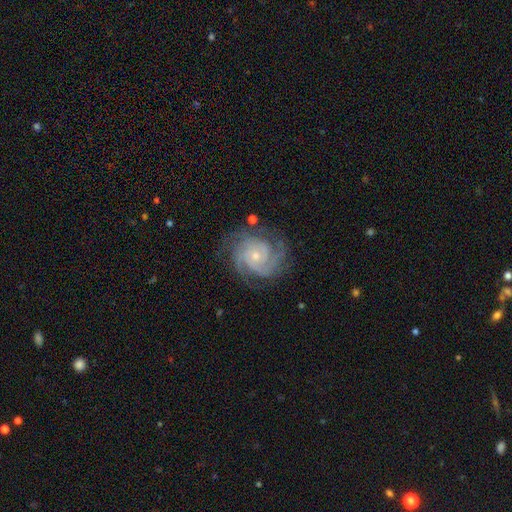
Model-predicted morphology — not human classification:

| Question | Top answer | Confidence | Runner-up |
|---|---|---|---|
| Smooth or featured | featured or disk | 91% | star or artifact (5%) |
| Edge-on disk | no | 98% | yes (2%) |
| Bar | no | 74% | weak (21%) |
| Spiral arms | yes | 98% | no (2%) |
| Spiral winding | tight | 70% | medium (27%) |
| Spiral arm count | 3 | 42% | 4 (23%) |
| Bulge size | small | 68% | moderate (28%) |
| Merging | none | 78% | minor disturbance (15%) |